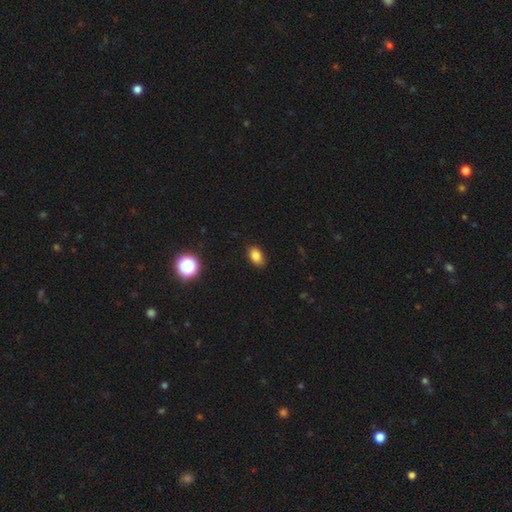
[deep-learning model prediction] Q: Smooth or featured?
A: smooth (81%); runner-up: star or artifact (12%)
Q: How rounded?
A: in between (84%); runner-up: round (14%)
Q: Merging?
A: none (86%); runner-up: minor disturbance (11%)